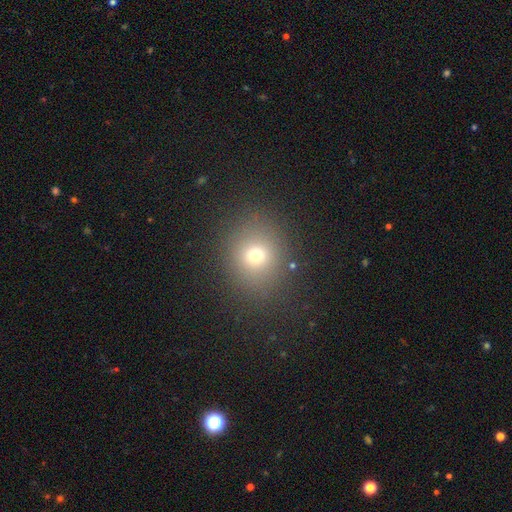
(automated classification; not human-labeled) A smooth galaxy with no disk features (71%) that is round (77%). Merging: none (86%).